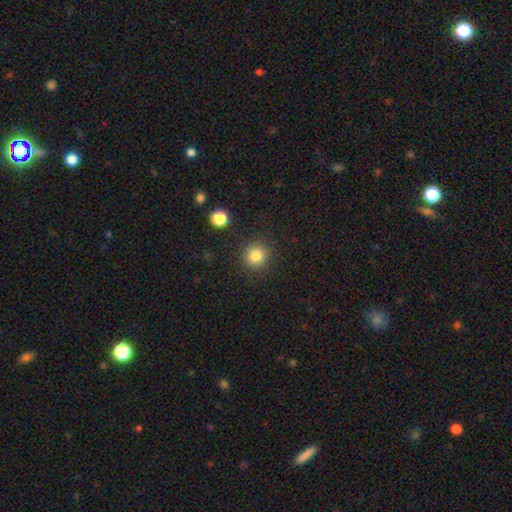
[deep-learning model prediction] A smooth galaxy with no disk features (83%) that is round (92%). Merging: none (89%).